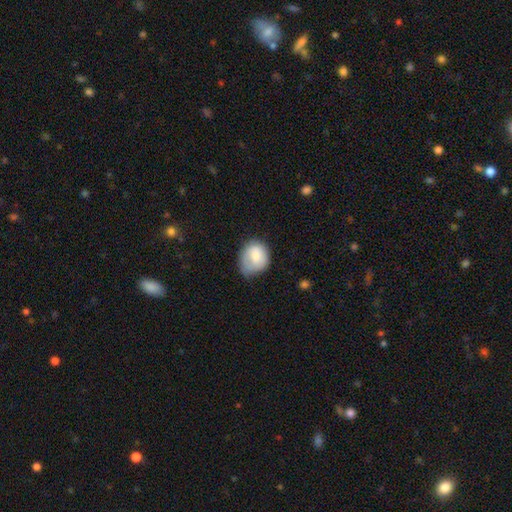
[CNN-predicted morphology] smooth-or-featured: smooth: 79% | featured or disk: 14% | star or artifact: 7%
  how-rounded: round: 57% | in between: 42% | cigar-shaped: 1%
  merging: none: 46% | minor disturbance: 39% | major disturbance: 14% | merger: 2%